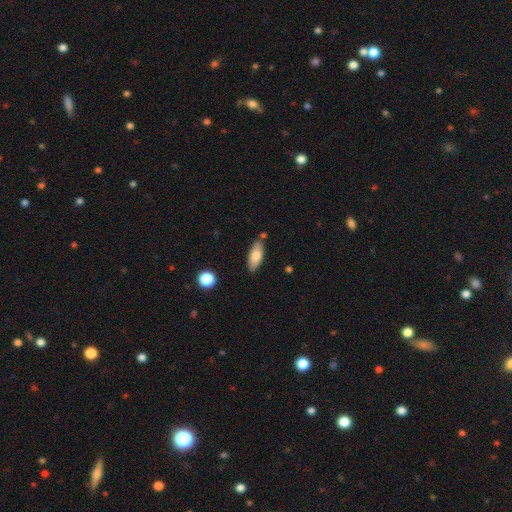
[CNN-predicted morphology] Overall: smooth (75%). How rounded: in between (76%). Merging: none (79%).